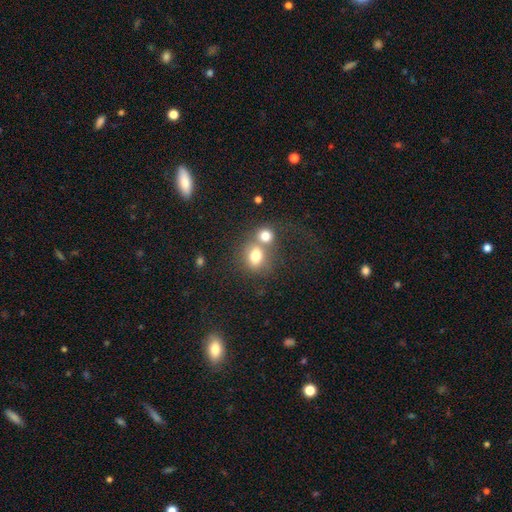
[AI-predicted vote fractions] Smooth or featured?
  - smooth: 75% *
  - featured or disk: 13%
  - star or artifact: 12%
How rounded?
  - round: 57% *
  - in between: 42%
  - cigar-shaped: 1%
Merging?
  - merger: 50% *
  - none: 36%
  - minor disturbance: 9%
  - major disturbance: 5%